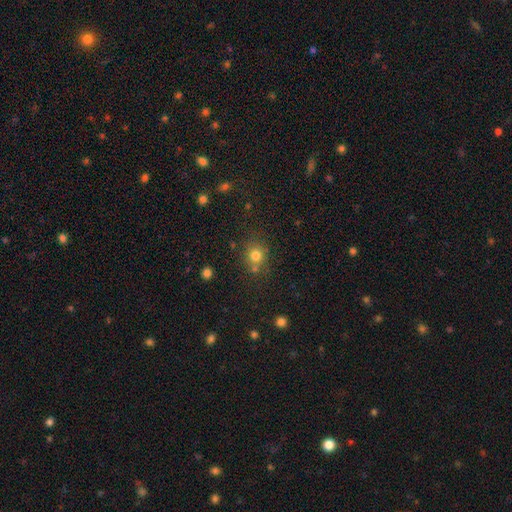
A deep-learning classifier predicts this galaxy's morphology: type=smooth (77%); roundness=round (82%); merging=none (68%).